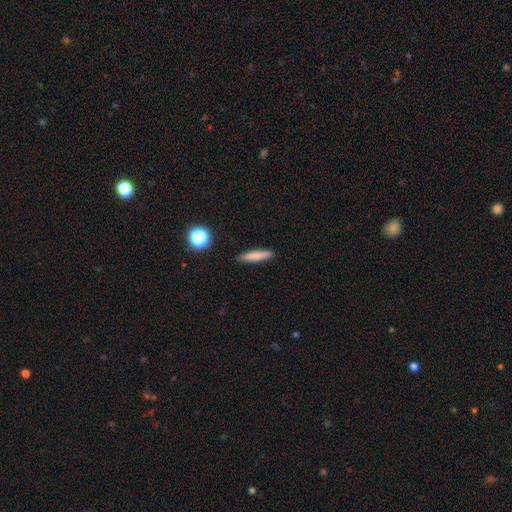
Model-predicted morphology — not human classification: This is likely a smooth galaxy (80%). How rounded: clearly cigar-shaped (88%). Merging: clearly none (89%).